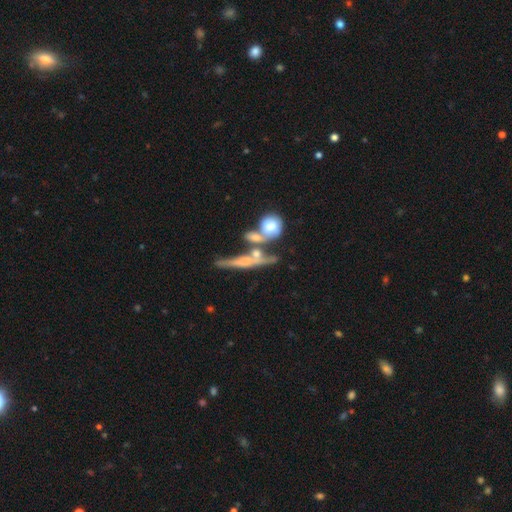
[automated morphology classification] A featured or disk galaxy (56%) viewed edge-on (67%).

Vote fractions:
- Smooth or featured? featured or disk: 56% / smooth: 34% / star or artifact: 10%
- Edge-on disk? yes: 67% / no: 33%
- Merging? none: 39% / merger: 35% / minor disturbance: 15% / major disturbance: 11%